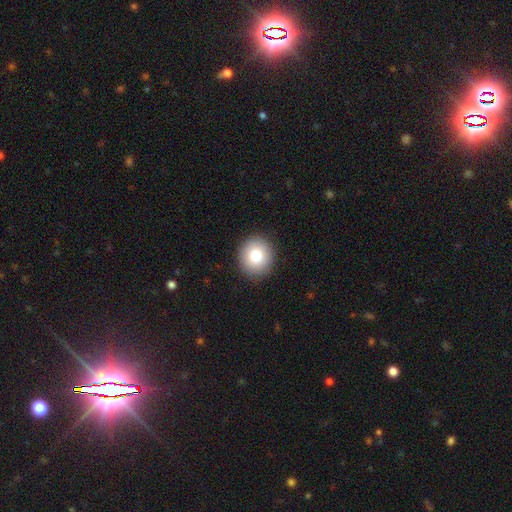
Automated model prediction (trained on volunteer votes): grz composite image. It shows a smooth galaxy with no disk features (80%) that is round (85%). Merging: none (91%).